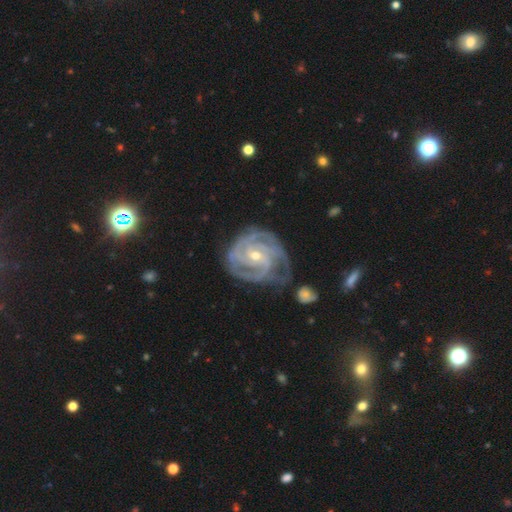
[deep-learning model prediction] Smooth or featured? Predicted: featured or disk (p=0.92). Edge-on disk? Predicted: no (p=0.98). Bar? Predicted: no (p=0.47). Spiral arms? Predicted: yes (p=0.98). Spiral winding? Predicted: tight (p=0.75). Spiral arm count? Predicted: 3 (p=0.40). Bulge size? Predicted: small (p=0.60). Merging? Predicted: none (p=0.64).